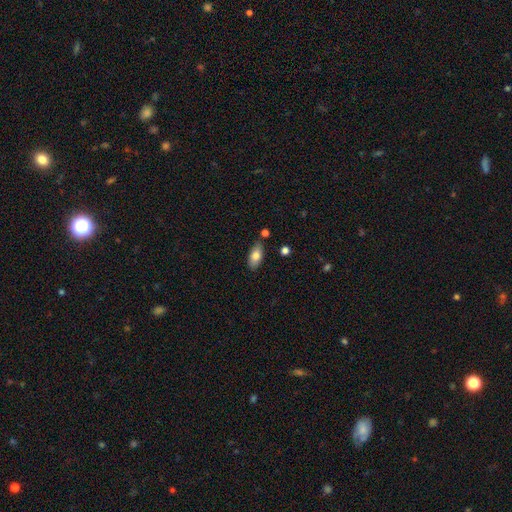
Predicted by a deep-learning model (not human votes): Q: Smooth or featured?
A: smooth (77%); runner-up: featured or disk (16%)
Q: How rounded?
A: in between (88%); runner-up: cigar-shaped (9%)
Q: Merging?
A: none (79%); runner-up: minor disturbance (14%)